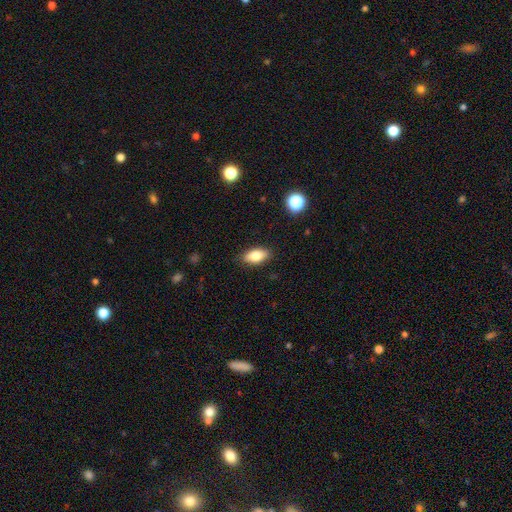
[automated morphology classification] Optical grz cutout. It shows a smooth galaxy with no disk features (80%) that is in between round and cigar-shaped (89%). Merging: none (87%).